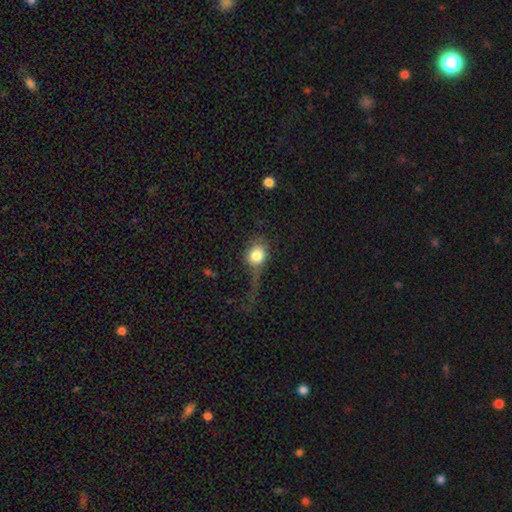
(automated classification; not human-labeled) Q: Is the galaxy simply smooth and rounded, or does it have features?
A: smooth — 76%.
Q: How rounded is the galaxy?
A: round — 69%.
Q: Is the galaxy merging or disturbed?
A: major disturbance — 38%.